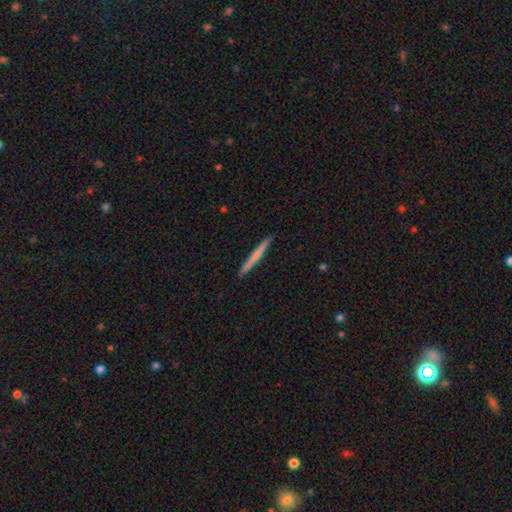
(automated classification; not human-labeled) The model was most divided on "smooth or featured": smooth: 58%, featured or disk: 37%, star or artifact: 5%. More confident: how rounded — cigar-shaped (97%); merging — none (92%).